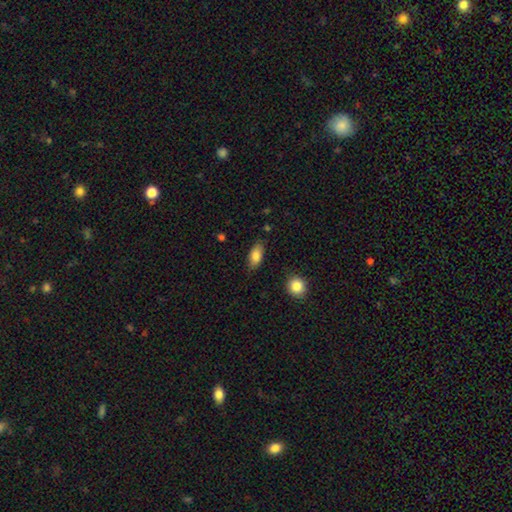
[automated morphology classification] Smooth or featured? smooth (83%)
How rounded? in between (88%)
Merging? none (82%)